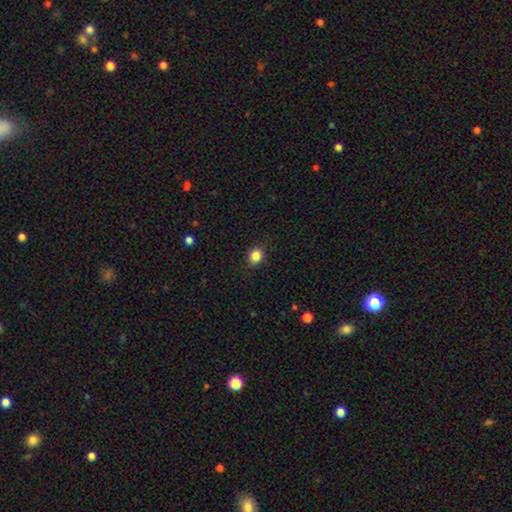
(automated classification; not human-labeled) A smooth galaxy with no disk features (85%) that is round (60%).

Vote fractions:
- Smooth or featured? smooth: 85% / star or artifact: 10% / featured or disk: 4%
- How rounded? round: 60% / in between: 39% / cigar-shaped: 1%
- Merging? none: 89% / minor disturbance: 8% / major disturbance: 2% / merger: 1%